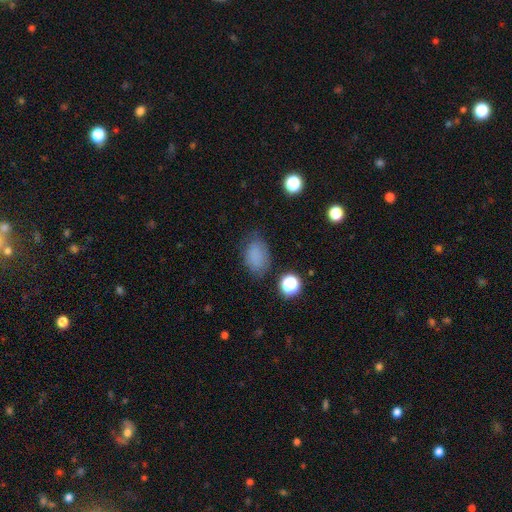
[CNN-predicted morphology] This is clearly a smooth galaxy (82%). How rounded: clearly in between (82%). Merging: likely none (73%).